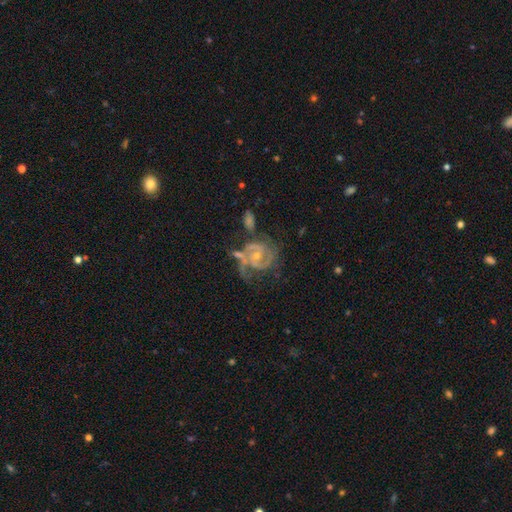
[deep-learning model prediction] Smooth or featured? featured or disk (89%)
Edge-on disk? no (98%)
Bar? no (60%)
Spiral arms? yes (97%)
Spiral winding? tight (49%)
Spiral arm count? 2 (61%)
Bulge size? small (57%)
Merging? none (41%)